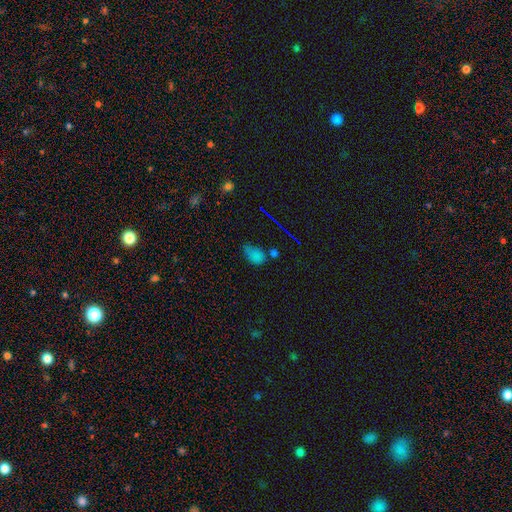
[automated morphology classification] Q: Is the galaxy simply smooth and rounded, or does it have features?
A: smooth — 66%.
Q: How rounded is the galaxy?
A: in between — 84%.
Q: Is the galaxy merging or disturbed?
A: none — 50%.